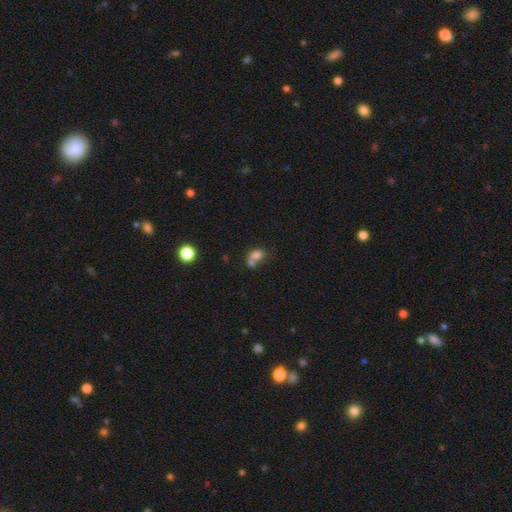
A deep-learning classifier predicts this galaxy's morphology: Smooth or featured: smooth — 74% (featured or disk — 13%)
How rounded: in between — 54% (round — 45%)
Merging: merger — 58% (none — 28%)